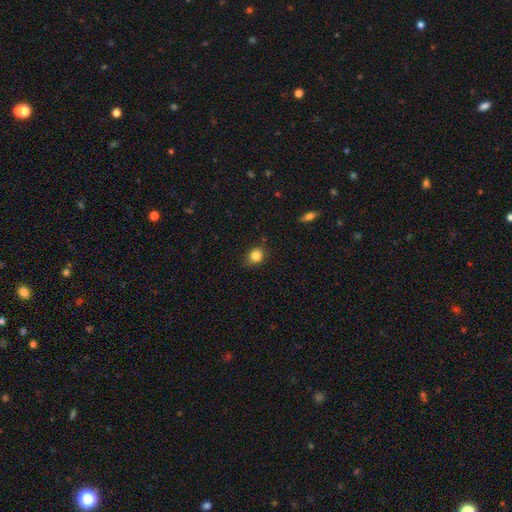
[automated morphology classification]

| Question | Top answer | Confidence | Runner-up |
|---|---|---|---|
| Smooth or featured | smooth | 84% | star or artifact (11%) |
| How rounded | round | 67% | in between (32%) |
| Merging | none | 75% | minor disturbance (20%) |